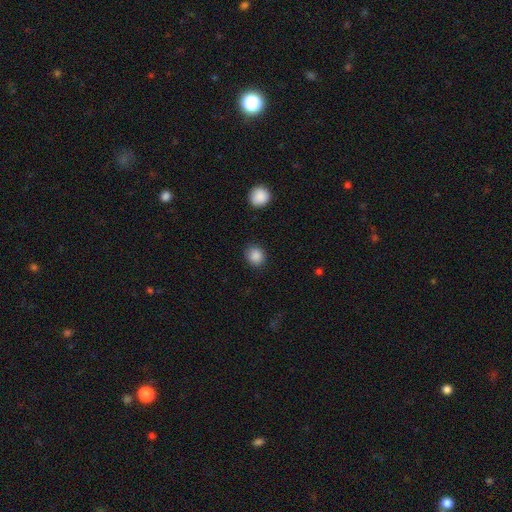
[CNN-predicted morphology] type=smooth (88%); roundness=round (81%); merging=none (87%).